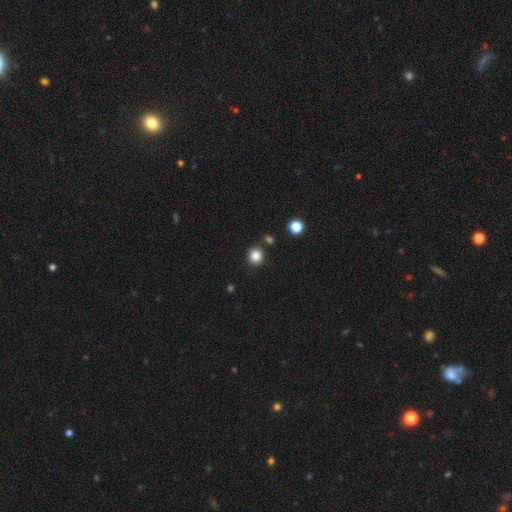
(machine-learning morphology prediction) The model was most divided on "how rounded": round: 86%, in between: 13%, cigar-shaped: 1%. More confident: merging — none (87%); smooth or featured — smooth (85%).